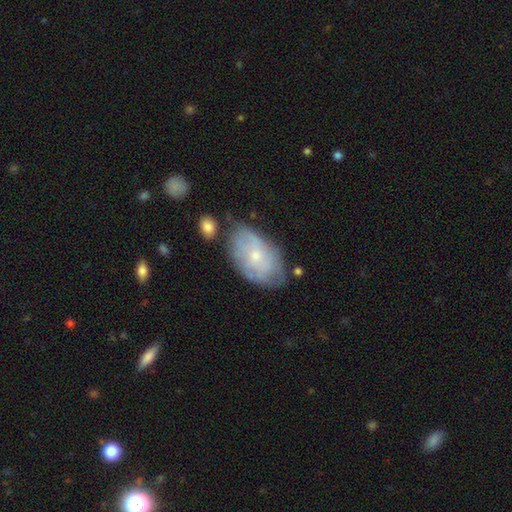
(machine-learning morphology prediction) Smooth or featured? featured or disk (55%)
Edge-on disk? no (94%)
Bar? no (83%)
Spiral arms? yes (61%)
Bulge size? small (71%)
Merging? none (61%)